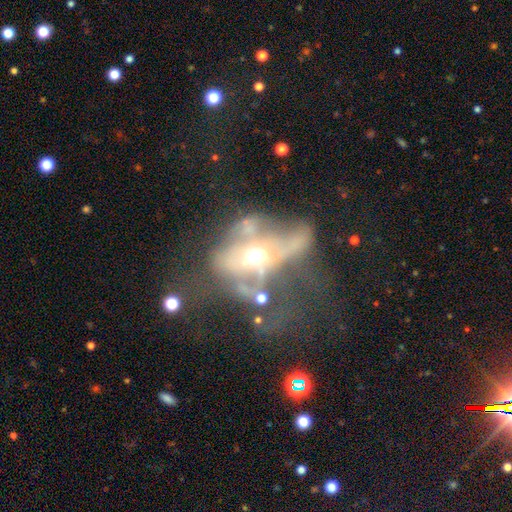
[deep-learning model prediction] Smooth or featured: featured or disk — 64% (smooth — 21%)
Edge-on disk: no — 91% (yes — 9%)
Bar: no — 75% (weak — 16%)
Spiral arms: no — 75% (yes — 25%)
Bulge size: moderate — 65% (large — 17%)
Merging: major disturbance — 53% (merger — 23%)